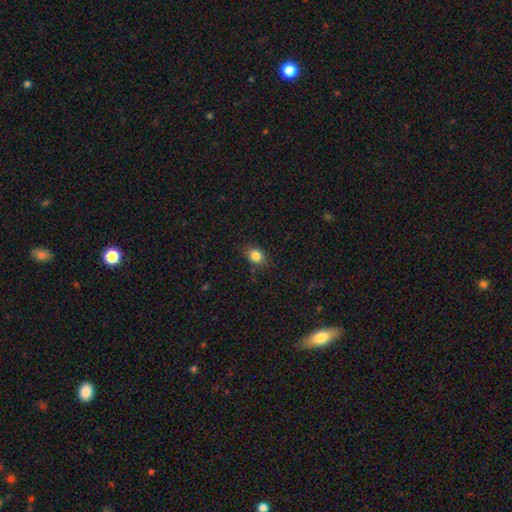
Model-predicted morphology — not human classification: type=smooth (84%); roundness=in between (55%); merging=none (83%).